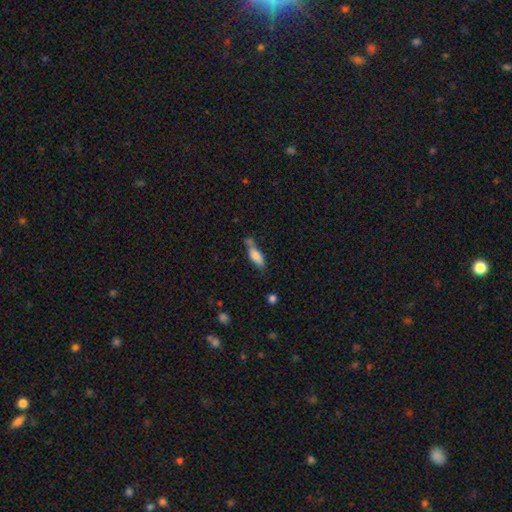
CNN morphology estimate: type=smooth (75%); roundness=in between (63%); merging=none (46%).